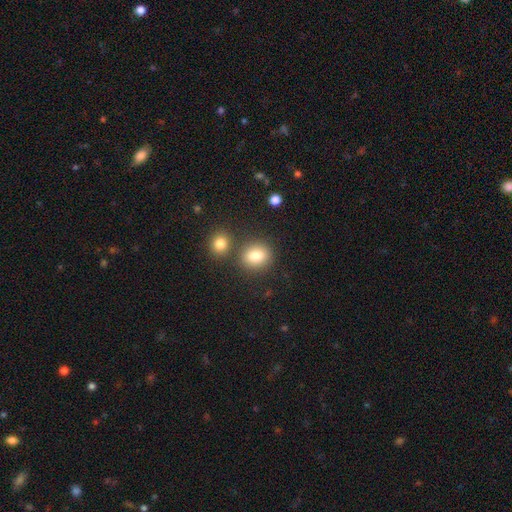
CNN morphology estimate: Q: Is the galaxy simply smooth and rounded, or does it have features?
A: smooth — 82%.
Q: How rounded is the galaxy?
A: round — 66%.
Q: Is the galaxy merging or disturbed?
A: none — 72%.